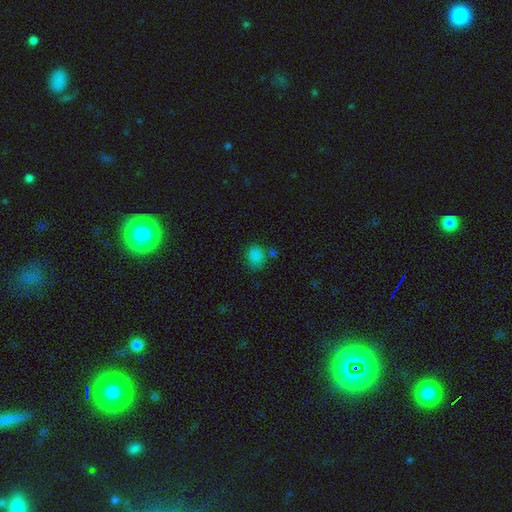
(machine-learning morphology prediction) This is clearly a smooth galaxy (82%). How rounded: possibly round (56%). Merging: likely none (64%).